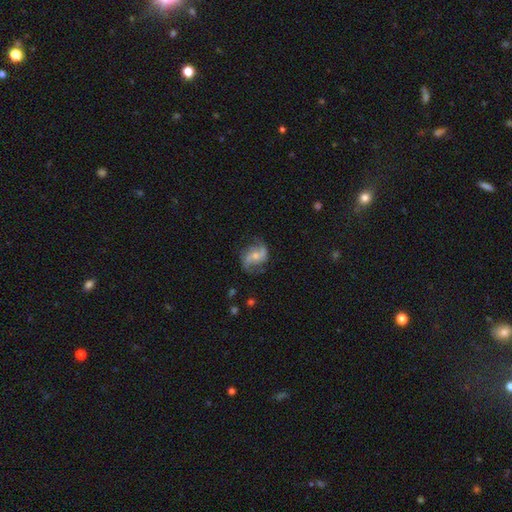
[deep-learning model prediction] This appears to be a featured or disk galaxy (82%) with a weak bar (42%), 2 (88%) loose (45%) spiral arms (95%) and a small central bulge (50%). Merging: none (72%).